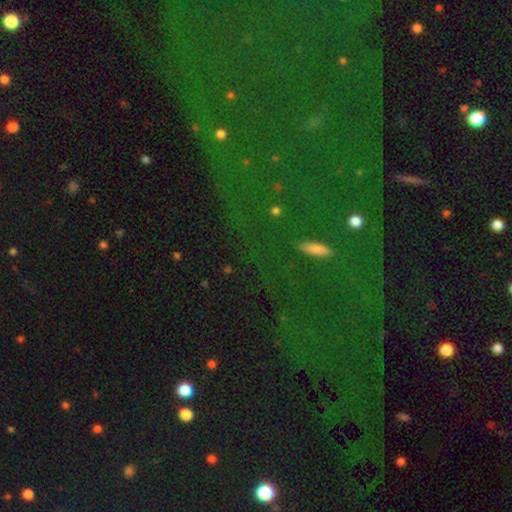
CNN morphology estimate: This is likely a star or artifact rather than a galaxy (65%).